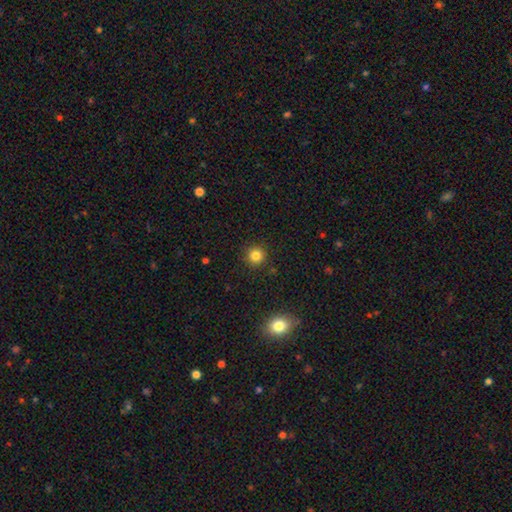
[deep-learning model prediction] smooth 83%, star or artifact 12%, featured or disk 5%. Down the decision tree: how rounded — round (94%); merging — none (91%).